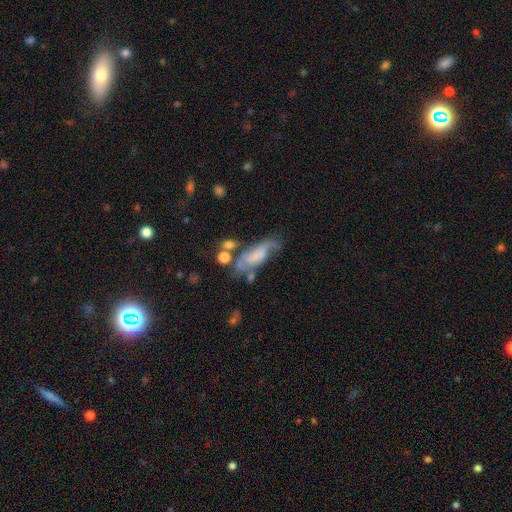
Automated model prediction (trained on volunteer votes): Morphology: type=featured or disk (49%); merging=none (36%).